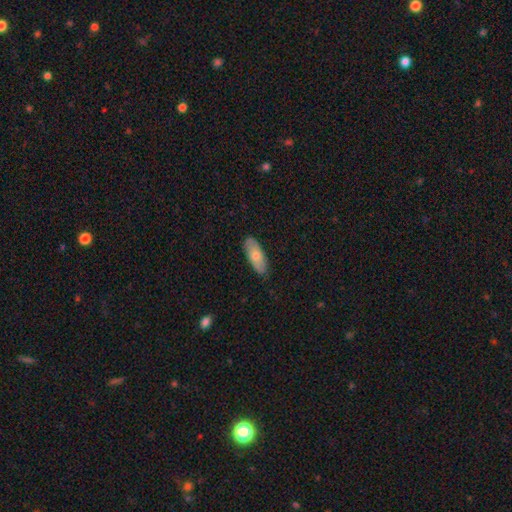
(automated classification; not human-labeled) Q: Smooth or featured?
A: smooth (65%); runner-up: featured or disk (28%)
Q: How rounded?
A: in between (77%); runner-up: cigar-shaped (21%)
Q: Merging?
A: none (84%); runner-up: minor disturbance (13%)